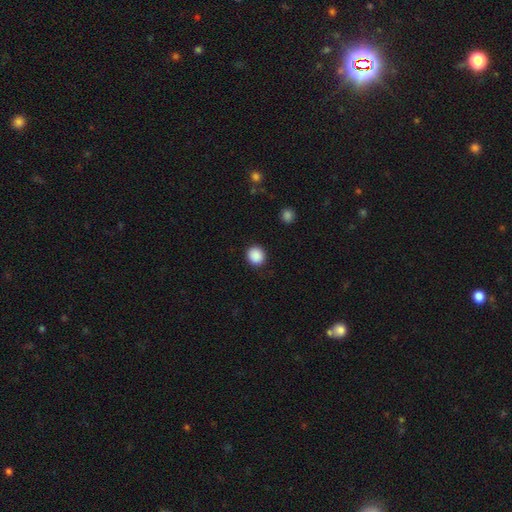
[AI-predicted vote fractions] A smooth galaxy with no disk features (89%) that is round (86%). Merging: none (90%).